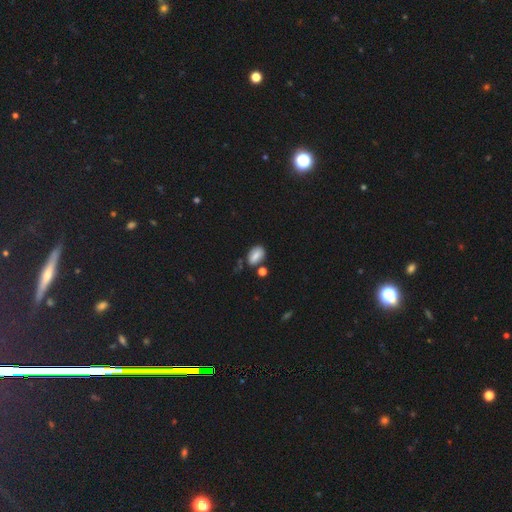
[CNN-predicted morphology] Q: Smooth or featured?
A: smooth (78%); runner-up: featured or disk (12%)
Q: How rounded?
A: in between (85%); runner-up: round (12%)
Q: Merging?
A: none (62%); runner-up: minor disturbance (21%)